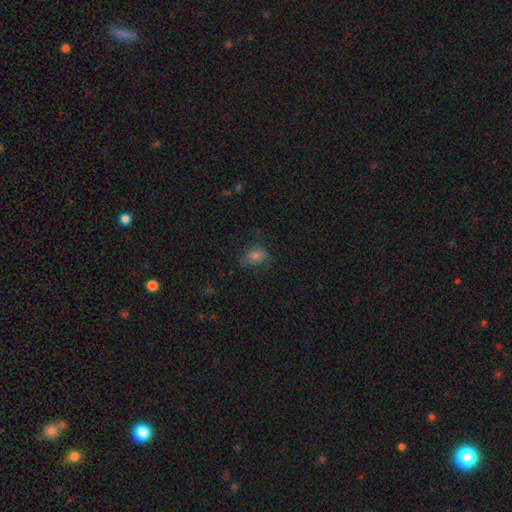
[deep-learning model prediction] Smooth or featured: smooth — 68% (star or artifact — 17%)
How rounded: in between — 60% (round — 38%)
Merging: none — 67% (minor disturbance — 23%)